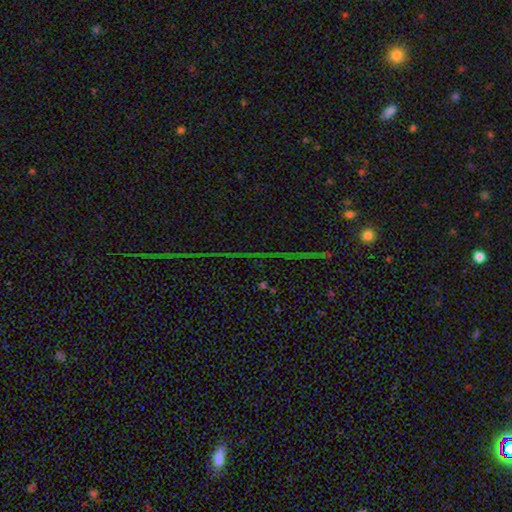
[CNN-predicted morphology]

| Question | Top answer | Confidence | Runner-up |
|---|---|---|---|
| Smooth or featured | star or artifact | 75% | smooth (15%) |